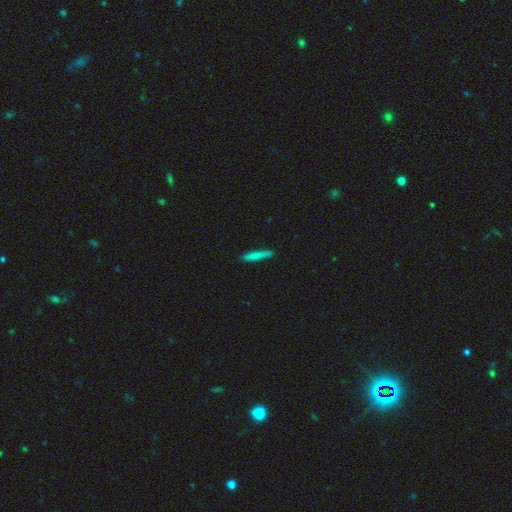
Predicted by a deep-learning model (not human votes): Smooth or featured: smooth — 79% (featured or disk — 15%)
How rounded: cigar-shaped — 93% (in between — 6%)
Merging: none — 86% (minor disturbance — 10%)